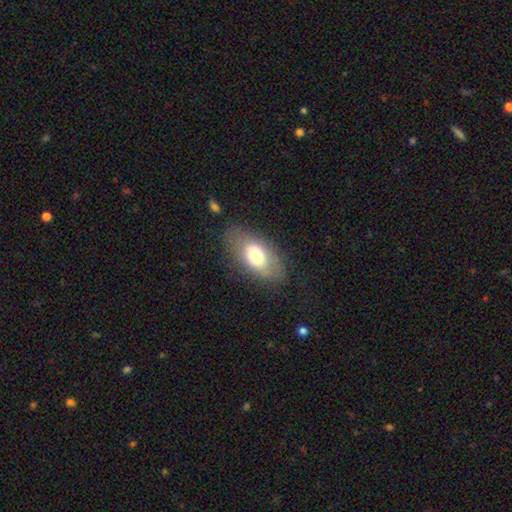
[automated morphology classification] A smooth galaxy with no disk features (65%) that is in between round and cigar-shaped (89%).

Vote fractions:
- Smooth or featured? smooth: 65% / featured or disk: 27% / star or artifact: 8%
- How rounded? in between: 89% / round: 7% / cigar-shaped: 4%
- Merging? none: 75% / minor disturbance: 16% / major disturbance: 7% / merger: 2%